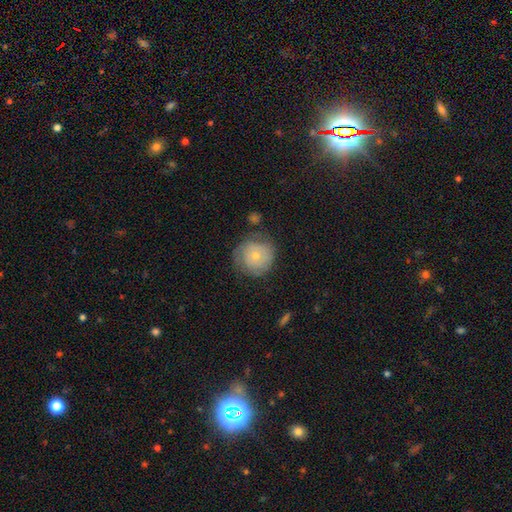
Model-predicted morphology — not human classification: Smooth or featured?
  - smooth: 58% *
  - featured or disk: 34%
  - star or artifact: 8%
How rounded?
  - round: 91% *
  - in between: 8%
  - cigar-shaped: 1%
Merging?
  - none: 64% *
  - minor disturbance: 24%
  - major disturbance: 10%
  - merger: 3%